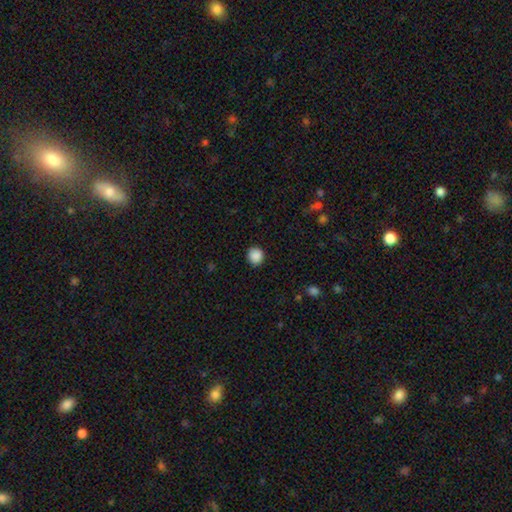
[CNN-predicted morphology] Smooth or featured: smooth — 88% (star or artifact — 9%)
How rounded: round — 89% (in between — 10%)
Merging: none — 90% (minor disturbance — 7%)